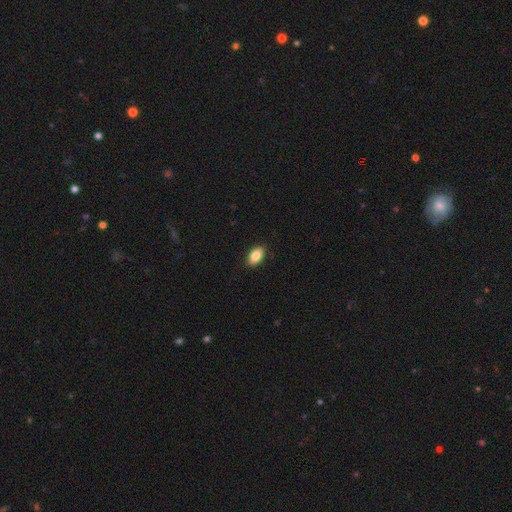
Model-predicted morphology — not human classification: Smooth or featured? Predicted: smooth (p=0.85). How rounded? Predicted: in between (p=0.91). Merging? Predicted: none (p=0.88).